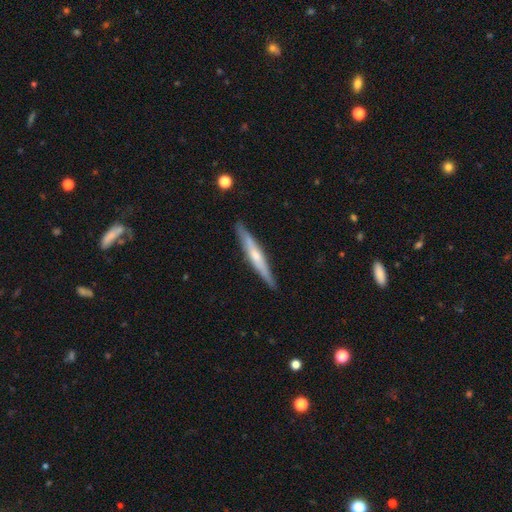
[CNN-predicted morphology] Overall: featured or disk (56%; smooth 39%). Edge-on disk: yes (95%). Edge-on bulge: rounded (60%; none 31%). Merging: none (89%).